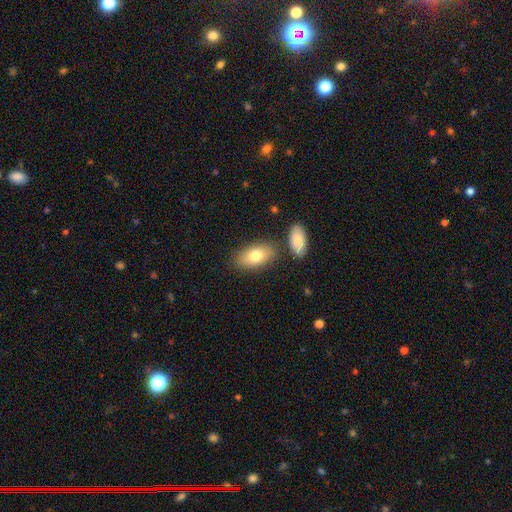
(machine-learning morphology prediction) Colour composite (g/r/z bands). It shows a smooth galaxy with no disk features (78%) that is in between round and cigar-shaped (92%). Merging: none (76%).